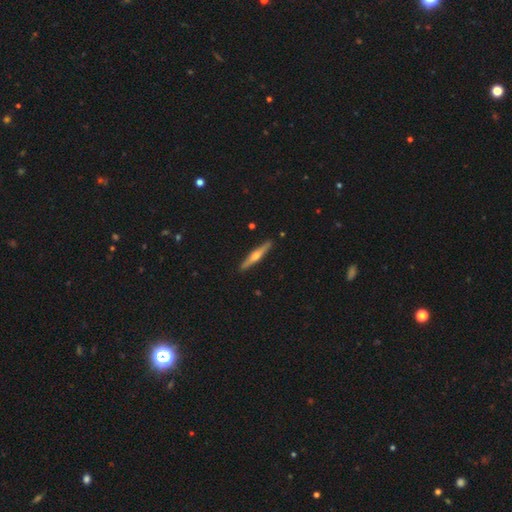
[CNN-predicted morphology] featured or disk 65%, smooth 30%, star or artifact 5%. Down the decision tree: edge-on disk — yes (97%); edge-on bulge — rounded (90%); merging — none (91%).